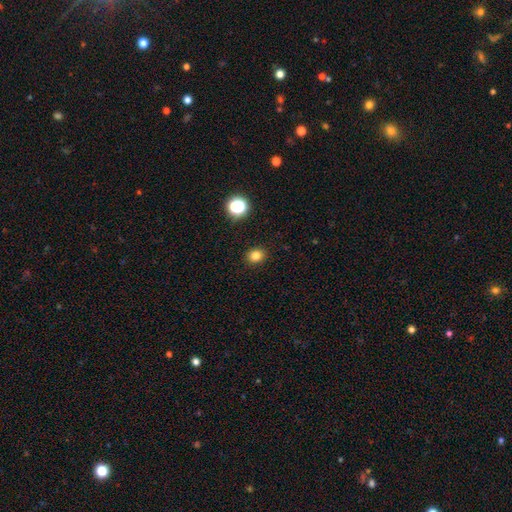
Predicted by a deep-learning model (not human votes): smooth 81%, star or artifact 15%, featured or disk 5%. Down the decision tree: how rounded — round (73%); merging — none (90%).